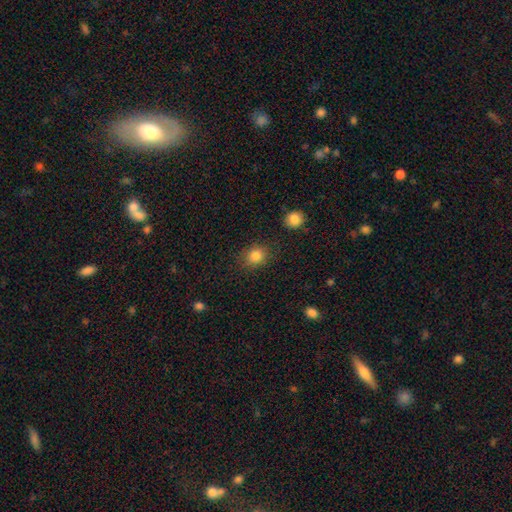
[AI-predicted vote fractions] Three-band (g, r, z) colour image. It shows a smooth galaxy with no disk features (83%) that is round (67%). Merging: none (83%).